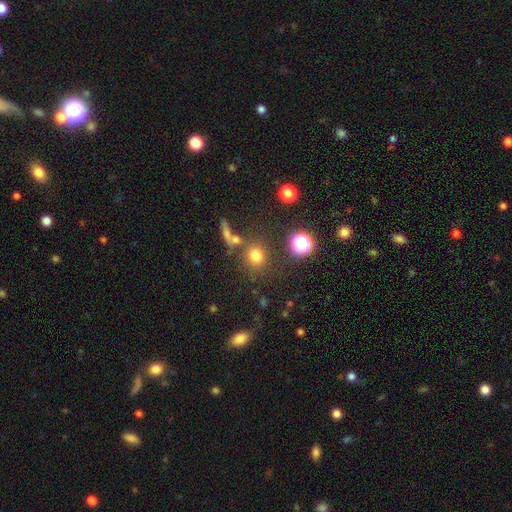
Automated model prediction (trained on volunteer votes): A smooth galaxy with no disk features (72%) that is round (84%).

Vote fractions:
- Smooth or featured? smooth: 72% / star or artifact: 19% / featured or disk: 8%
- How rounded? round: 84% / in between: 15% / cigar-shaped: 2%
- Merging? none: 75% / merger: 10% / minor disturbance: 9% / major disturbance: 5%